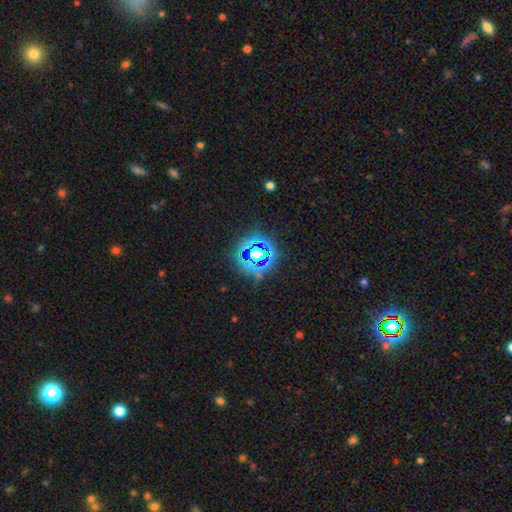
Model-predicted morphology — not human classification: Q: Smooth or featured?
A: star or artifact (78%); runner-up: smooth (15%)